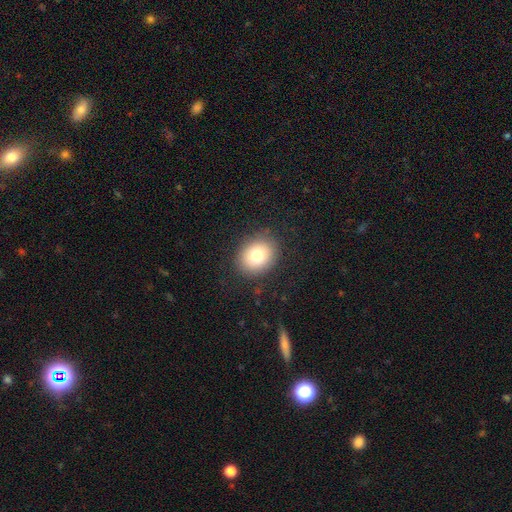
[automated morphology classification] Smooth or featured?
  - smooth: 79% *
  - featured or disk: 11%
  - star or artifact: 10%
How rounded?
  - round: 56% *
  - in between: 43%
  - cigar-shaped: 1%
Merging?
  - none: 86% *
  - minor disturbance: 10%
  - major disturbance: 4%
  - merger: 1%